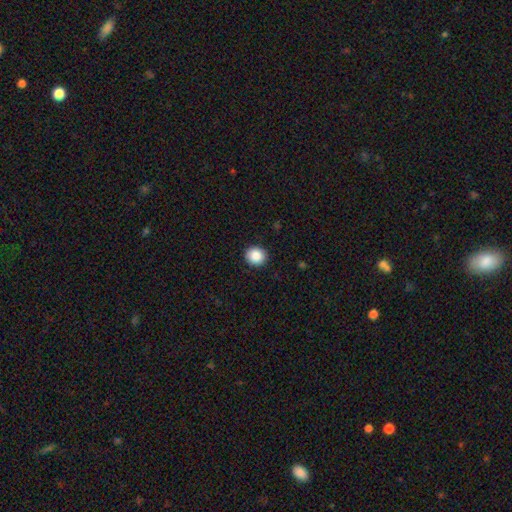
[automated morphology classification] Smooth or featured?
  - smooth: 87% *
  - star or artifact: 9%
  - featured or disk: 4%
How rounded?
  - round: 87% *
  - in between: 12%
  - cigar-shaped: 1%
Merging?
  - none: 92% *
  - minor disturbance: 5%
  - major disturbance: 2%
  - merger: 1%